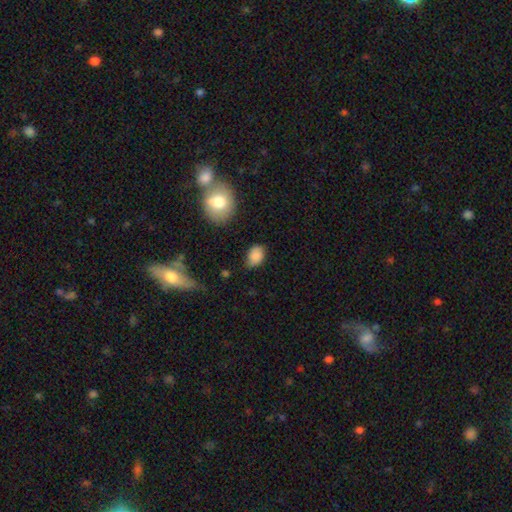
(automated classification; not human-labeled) Q: Smooth or featured?
A: smooth (82%); runner-up: star or artifact (9%)
Q: How rounded?
A: in between (76%); runner-up: round (23%)
Q: Merging?
A: none (63%); runner-up: minor disturbance (28%)